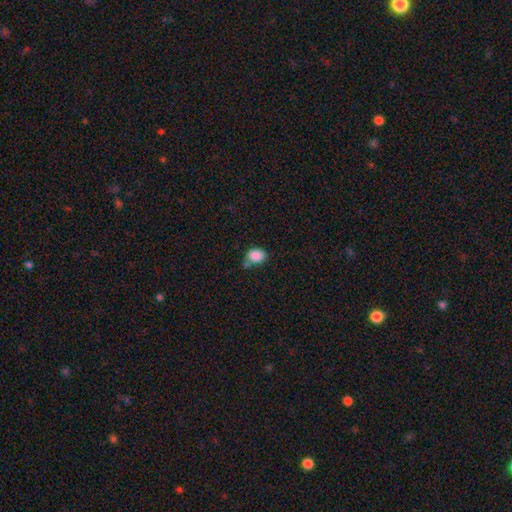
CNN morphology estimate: Smooth or featured?
  - smooth: 87% *
  - star or artifact: 9%
  - featured or disk: 4%
How rounded?
  - in between: 62% *
  - round: 37%
  - cigar-shaped: 1%
Merging?
  - none: 60% *
  - minor disturbance: 21%
  - merger: 14%
  - major disturbance: 6%